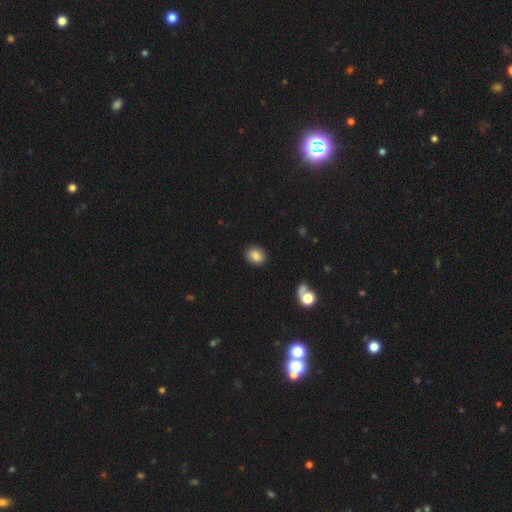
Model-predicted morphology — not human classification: Smooth or featured? Predicted: smooth (p=0.85). How rounded? Predicted: in between (p=0.51). Merging? Predicted: none (p=0.89).